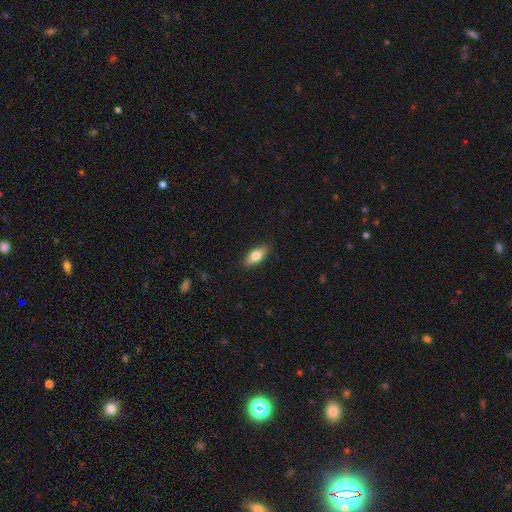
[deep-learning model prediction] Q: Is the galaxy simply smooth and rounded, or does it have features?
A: smooth — 74%.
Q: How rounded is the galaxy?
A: in between — 79%.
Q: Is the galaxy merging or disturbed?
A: none — 88%.